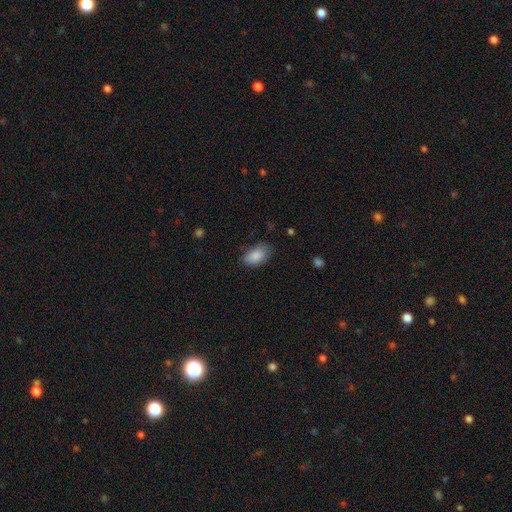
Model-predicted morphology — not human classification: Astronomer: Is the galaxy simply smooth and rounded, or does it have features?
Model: smooth — 87%.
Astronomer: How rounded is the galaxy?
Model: in between — 92%.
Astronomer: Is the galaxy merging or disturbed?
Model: none — 77%.